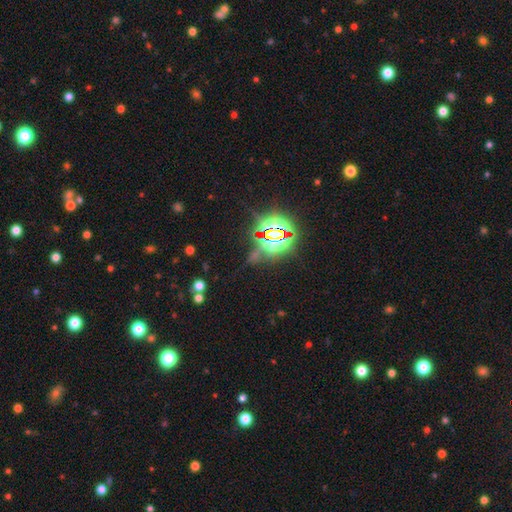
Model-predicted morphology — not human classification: Overall: star or artifact (80%).